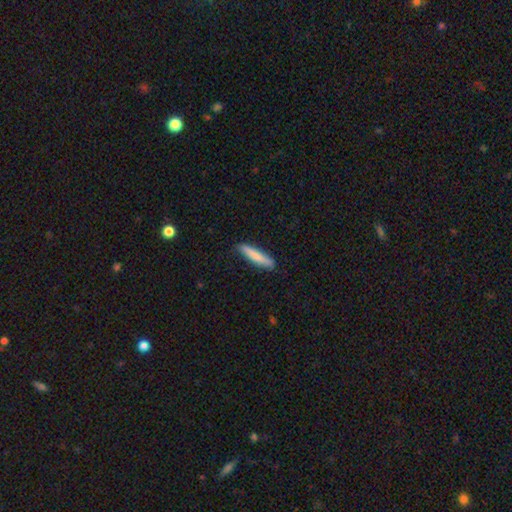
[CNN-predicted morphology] The model was most divided on "smooth or featured": smooth: 79%, featured or disk: 16%, star or artifact: 5%. More confident: how rounded — cigar-shaped (88%); merging — none (85%).